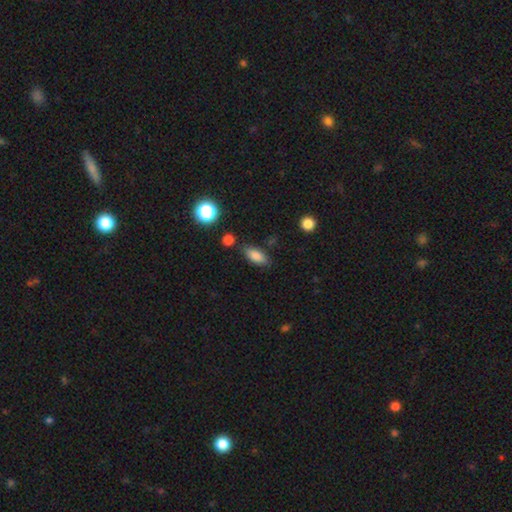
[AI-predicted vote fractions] Overall: smooth (82%). How rounded: in between (82%). Merging: none (77%).